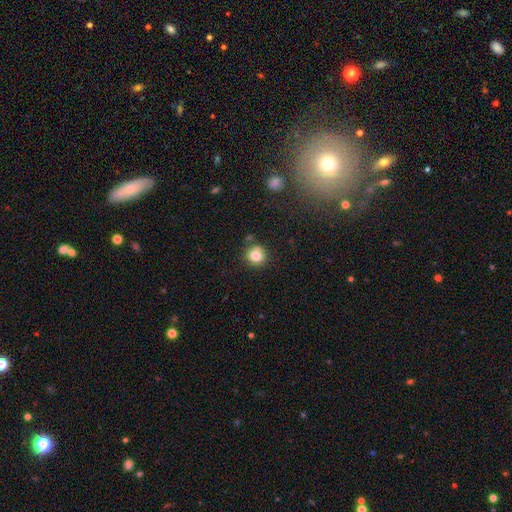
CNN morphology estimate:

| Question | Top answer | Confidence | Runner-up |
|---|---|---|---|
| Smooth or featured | smooth | 82% | star or artifact (11%) |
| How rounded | round | 90% | in between (9%) |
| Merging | none | 78% | minor disturbance (12%) |